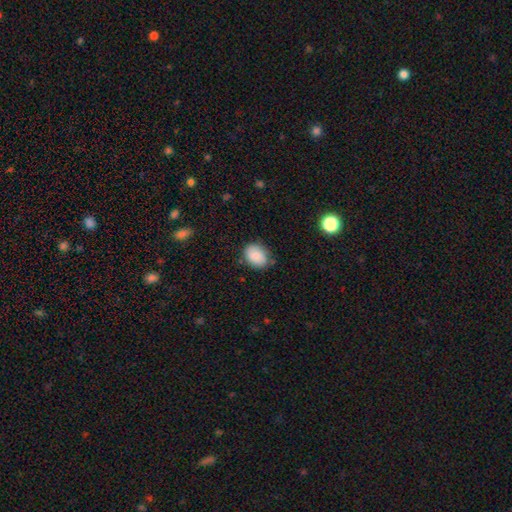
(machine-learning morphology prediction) The model was most divided on "how rounded": in between: 70%, round: 29%, cigar-shaped: 1%. More confident: smooth or featured — smooth (85%); merging — none (73%).